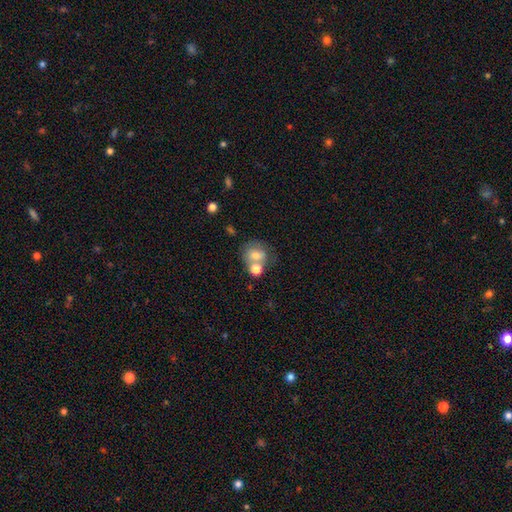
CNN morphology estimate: This appears to be a smooth galaxy with no disk features (68%) that is round (68%). Merging: none (43%).